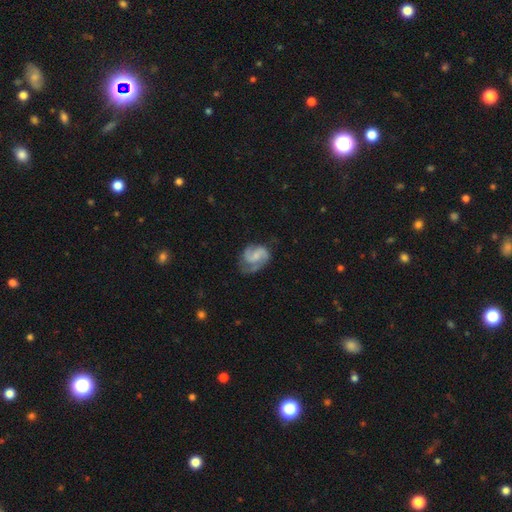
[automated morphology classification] Smooth or featured: featured or disk — 77% (smooth — 18%)
Edge-on disk: no — 98% (yes — 2%)
Bar: no — 45% (weak — 44%)
Spiral arms: yes — 95% (no — 5%)
Spiral winding: medium — 51% (loose — 27%)
Spiral arm count: 2 — 82% (can't tell — 6%)
Bulge size: small — 44% (none — 28%)
Merging: none — 58% (minor disturbance — 26%)